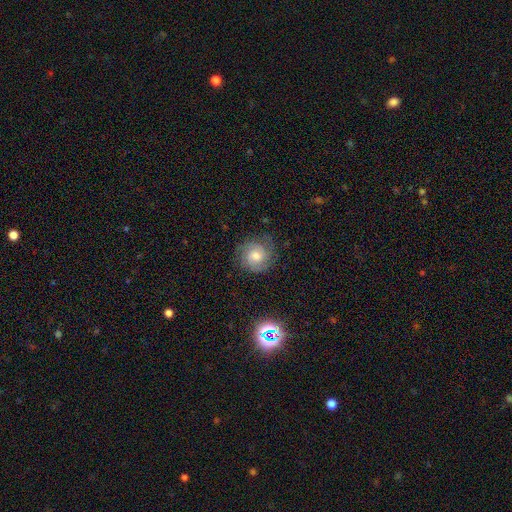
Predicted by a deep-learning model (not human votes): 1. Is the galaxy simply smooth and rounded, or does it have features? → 68% featured or disk, 21% smooth, 11% star or artifact.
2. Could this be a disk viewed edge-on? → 97% no, 3% yes.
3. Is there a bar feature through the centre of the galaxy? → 68% no, 28% weak, 5% strong.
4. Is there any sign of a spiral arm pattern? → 94% yes, 6% no.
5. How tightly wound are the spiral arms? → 61% tight, 32% medium, 7% loose.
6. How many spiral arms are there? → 42% 2, 23% 3, 22% can't tell, 5% 4, 4% 1, 4% more than 4.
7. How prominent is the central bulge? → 64% moderate, 26% small, 7% large, 2% none, 1% dominant.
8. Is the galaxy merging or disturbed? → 80% none, 14% minor disturbance, 5% major disturbance, 1% merger.